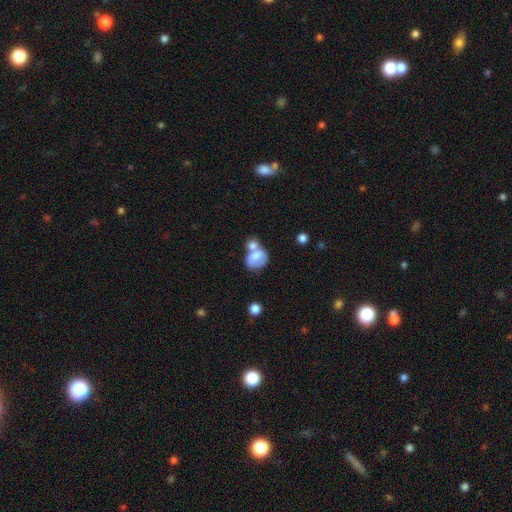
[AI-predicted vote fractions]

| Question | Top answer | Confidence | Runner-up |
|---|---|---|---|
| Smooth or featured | smooth | 61% | featured or disk (32%) |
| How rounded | in between | 60% | round (39%) |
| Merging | merger | 63% | none (18%) |